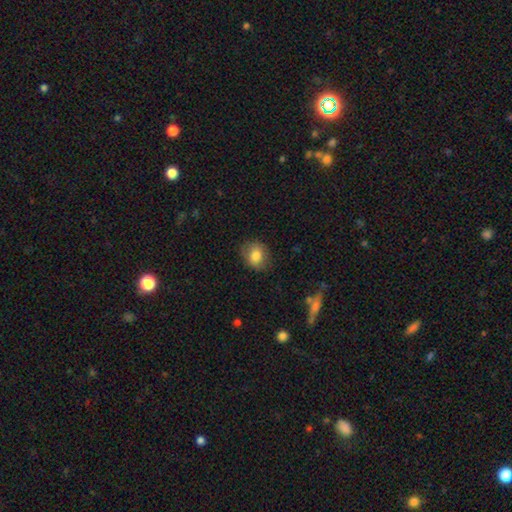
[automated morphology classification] Smooth or featured: smooth — 79% (featured or disk — 13%)
How rounded: round — 53% (in between — 46%)
Merging: none — 76% (minor disturbance — 17%)